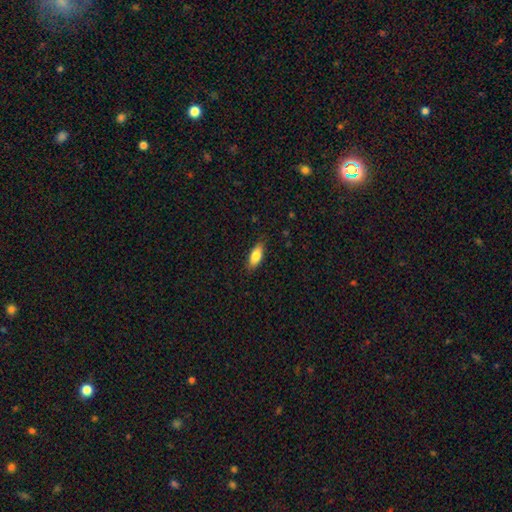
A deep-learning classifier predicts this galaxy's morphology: Overall: smooth (83%). How rounded: in between (79%). Merging: none (84%).